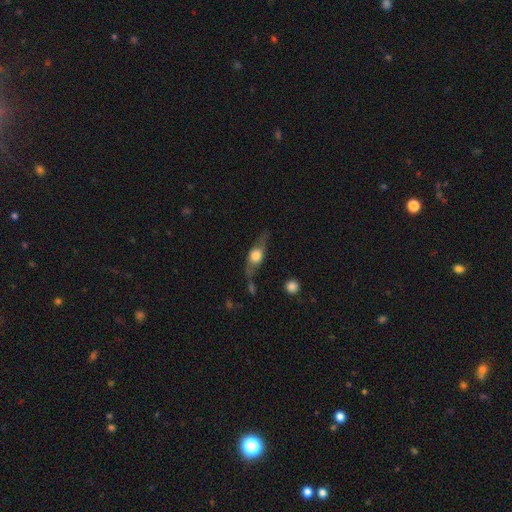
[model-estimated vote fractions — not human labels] Overall: featured or disk (58%; smooth 36%). Edge-on disk: yes (80%). Merging: none (64%).